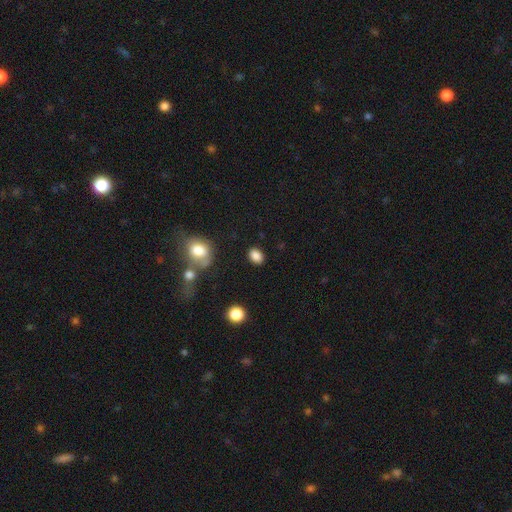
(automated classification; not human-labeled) Smooth or featured?
  - smooth: 86% *
  - star or artifact: 9%
  - featured or disk: 5%
How rounded?
  - in between: 74% *
  - round: 25%
  - cigar-shaped: 1%
Merging?
  - none: 85% *
  - minor disturbance: 10%
  - major disturbance: 3%
  - merger: 2%